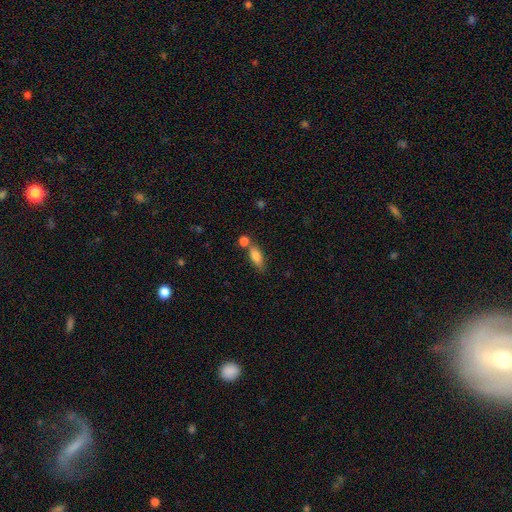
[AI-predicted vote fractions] A smooth galaxy with no disk features (79%) that is in between round and cigar-shaped (72%). Merging: none (56%).